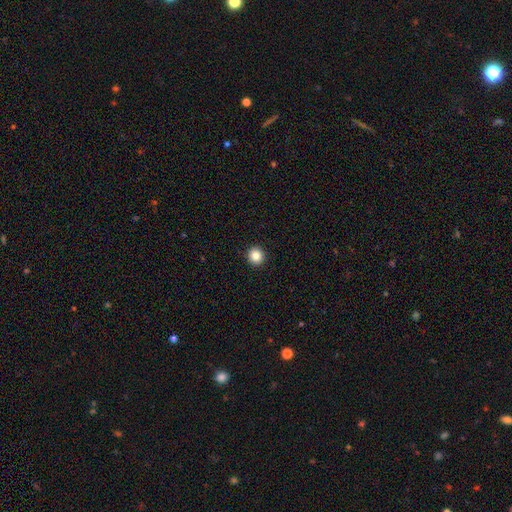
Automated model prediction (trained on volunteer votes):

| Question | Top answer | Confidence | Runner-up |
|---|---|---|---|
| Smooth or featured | smooth | 85% | star or artifact (10%) |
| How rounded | round | 93% | in between (6%) |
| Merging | none | 94% | minor disturbance (4%) |